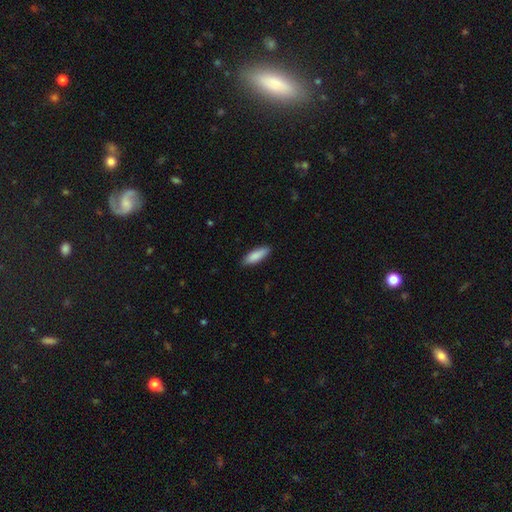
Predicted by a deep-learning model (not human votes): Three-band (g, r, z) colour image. It shows a smooth galaxy with no disk features (88%) that is in between round and cigar-shaped (55%). Merging: none (88%).